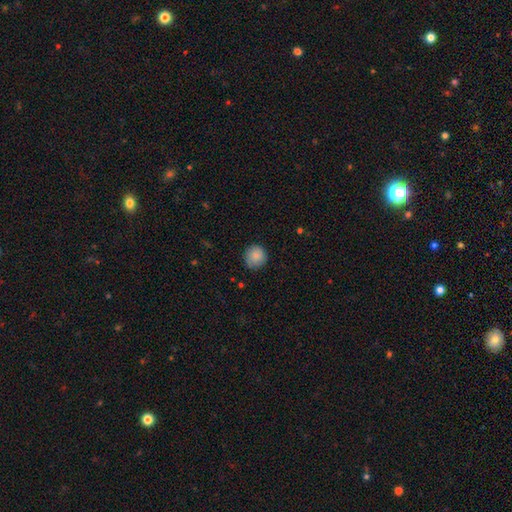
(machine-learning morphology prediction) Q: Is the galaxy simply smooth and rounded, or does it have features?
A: smooth — 84%.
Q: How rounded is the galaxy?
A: round — 92%.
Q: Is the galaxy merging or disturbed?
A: none — 83%.